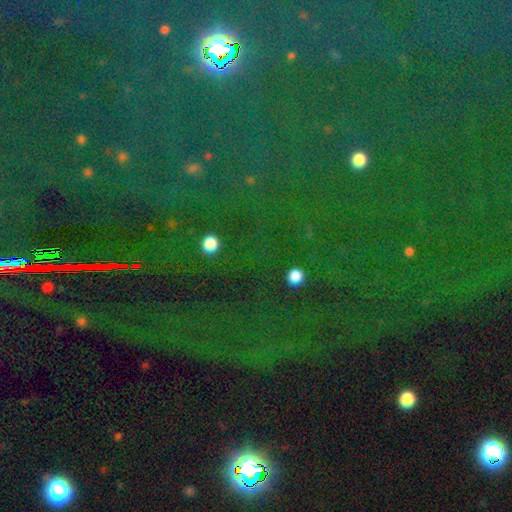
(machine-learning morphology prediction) A star or artifact, not a galaxy (82%).

Vote fractions:
- Smooth or featured? star or artifact: 82% / smooth: 10% / featured or disk: 8%